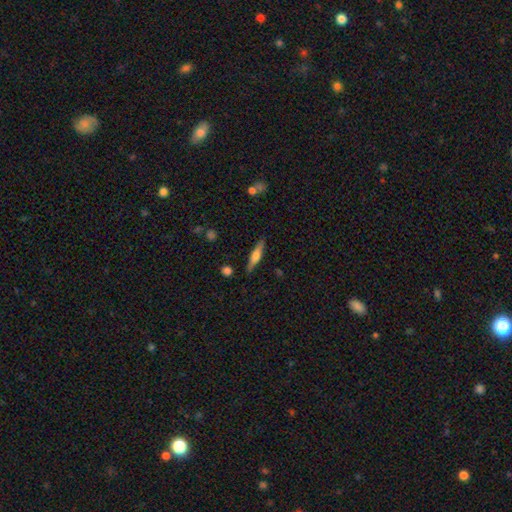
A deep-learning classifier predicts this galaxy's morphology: type=featured or disk (52%); edge-on=yes (96%); merging=none (87%).